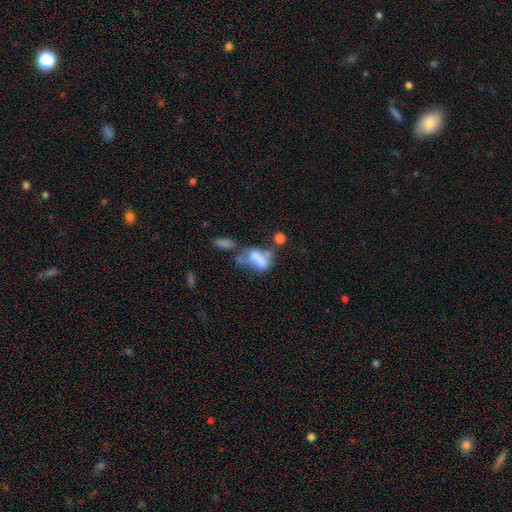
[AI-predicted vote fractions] Smooth or featured: smooth — 53% (featured or disk — 35%)
How rounded: in between — 83% (round — 12%)
Merging: merger — 46% (major disturbance — 24%)